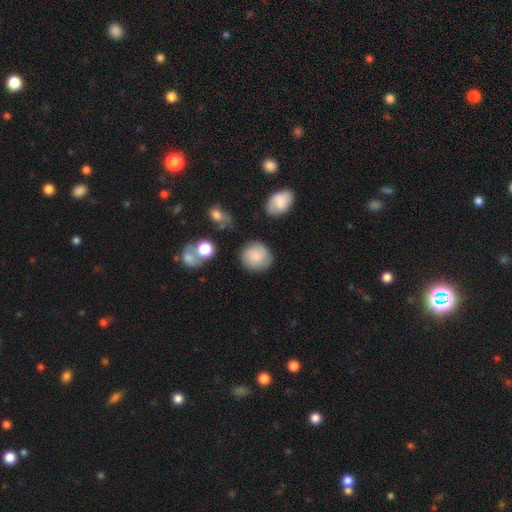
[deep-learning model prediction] The model was most divided on "merging": none: 77%, minor disturbance: 15%, major disturbance: 5%, merger: 3%. More confident: how rounded — round (83%); smooth or featured — smooth (79%).